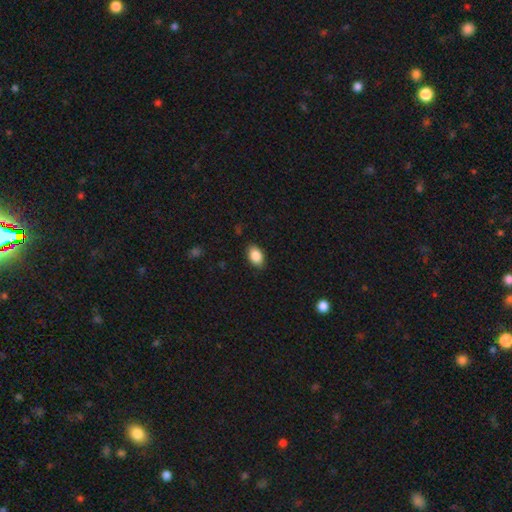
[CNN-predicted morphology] A smooth galaxy with no disk features (87%) that is in between round and cigar-shaped (88%).

Vote fractions:
- Smooth or featured? smooth: 87% / star or artifact: 7% / featured or disk: 6%
- How rounded? in between: 88% / round: 11% / cigar-shaped: 1%
- Merging? none: 86% / minor disturbance: 11% / major disturbance: 2% / merger: 1%